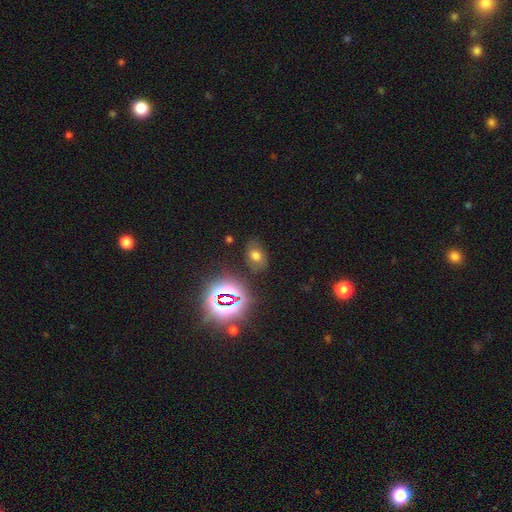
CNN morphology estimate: smooth_or_featured: smooth (p=0.59) [alt: star or artifact p=0.26]
how_rounded: in between (p=0.77) [alt: round p=0.22]
merging: none (p=0.77) [alt: minor disturbance p=0.15]